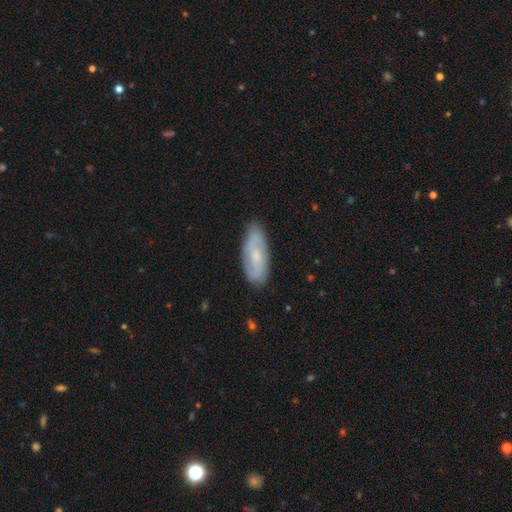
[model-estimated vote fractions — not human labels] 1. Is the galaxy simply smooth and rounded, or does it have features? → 53% featured or disk, 40% smooth, 7% star or artifact.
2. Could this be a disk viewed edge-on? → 86% no, 14% yes.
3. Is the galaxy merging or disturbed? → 80% none, 15% minor disturbance, 3% major disturbance, 1% merger.